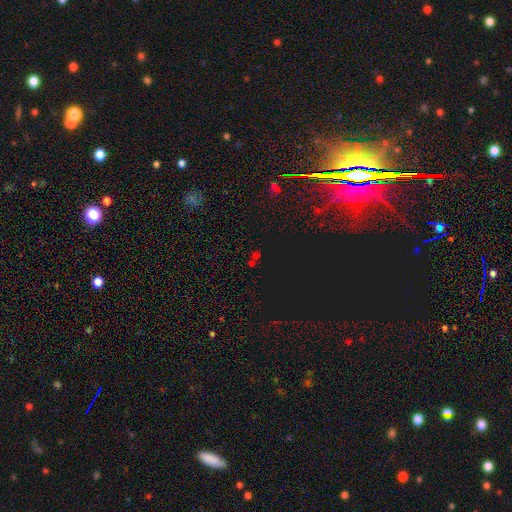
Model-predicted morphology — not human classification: Smooth or featured? Predicted: star or artifact (p=0.63).